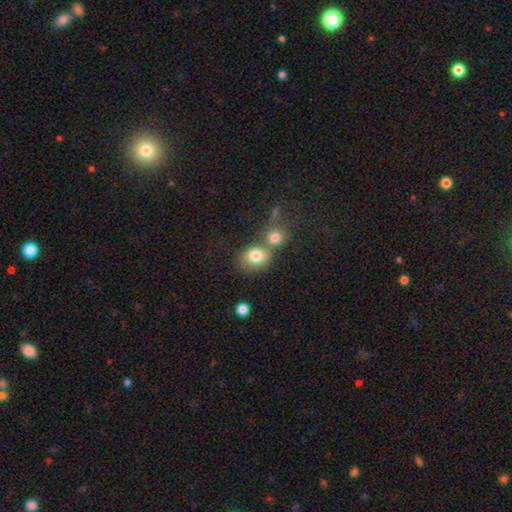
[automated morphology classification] Smooth or featured?
  - smooth: 79% *
  - star or artifact: 10%
  - featured or disk: 10%
How rounded?
  - round: 63% *
  - in between: 36%
  - cigar-shaped: 1%
Merging?
  - merger: 43% *
  - none: 42%
  - minor disturbance: 10%
  - major disturbance: 5%